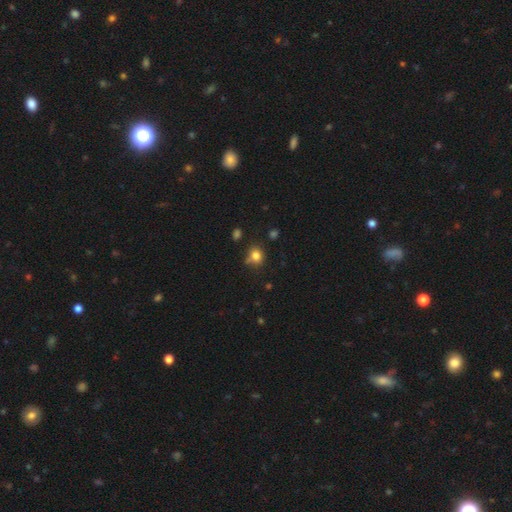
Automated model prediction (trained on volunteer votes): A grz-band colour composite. It shows a smooth galaxy with no disk features (80%) that is round (72%). Merging: none (66%).